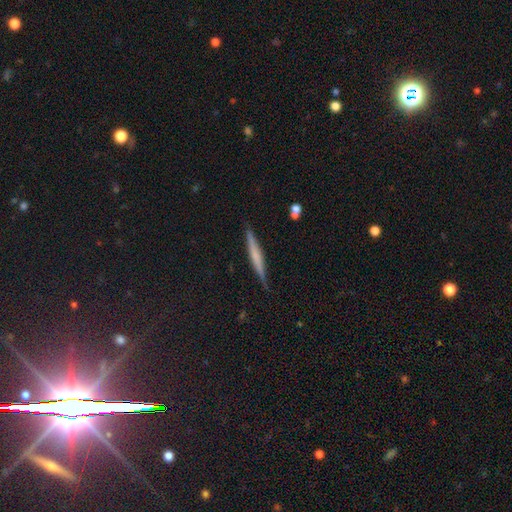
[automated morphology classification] Q: Smooth or featured?
A: featured or disk (50%); runner-up: smooth (42%)
Q: Edge-on disk?
A: yes (97%); runner-up: no (3%)
Q: Merging?
A: none (87%); runner-up: minor disturbance (10%)